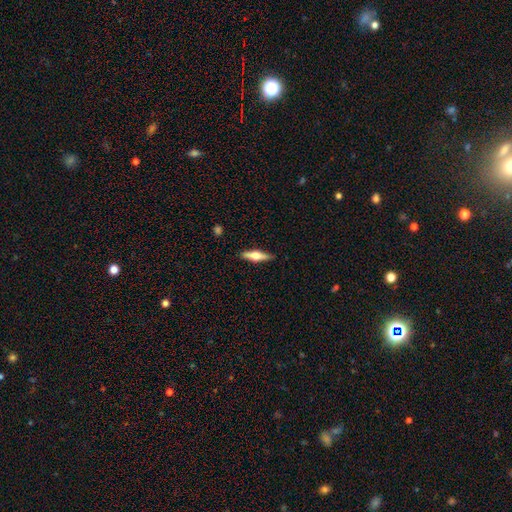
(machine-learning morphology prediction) smooth_or_featured: featured or disk (p=0.57) [alt: smooth p=0.37]
disk_edge_on: yes (p=0.95) [alt: no p=0.05]
edge_on_bulge: rounded (p=0.95) [alt: boxy p=0.04]
merging: none (p=0.89) [alt: minor disturbance p=0.09]